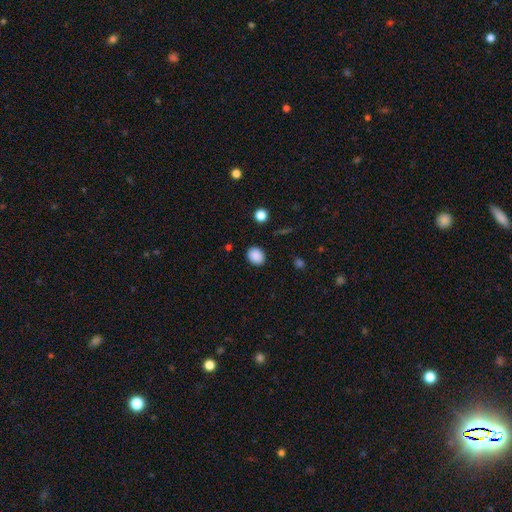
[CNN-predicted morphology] smooth_or_featured: smooth (p=0.88) [alt: star or artifact p=0.09]
how_rounded: round (p=0.52) [alt: in between p=0.47]
merging: none (p=0.89) [alt: minor disturbance p=0.08]